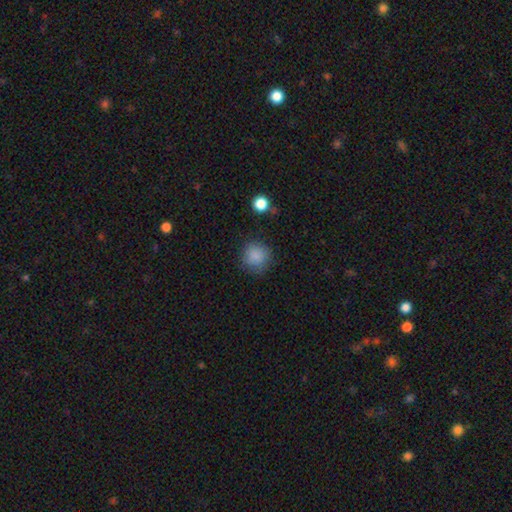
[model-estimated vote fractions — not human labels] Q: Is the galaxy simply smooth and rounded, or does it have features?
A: smooth — 86%.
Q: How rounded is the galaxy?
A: round — 91%.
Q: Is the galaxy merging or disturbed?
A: none — 81%.